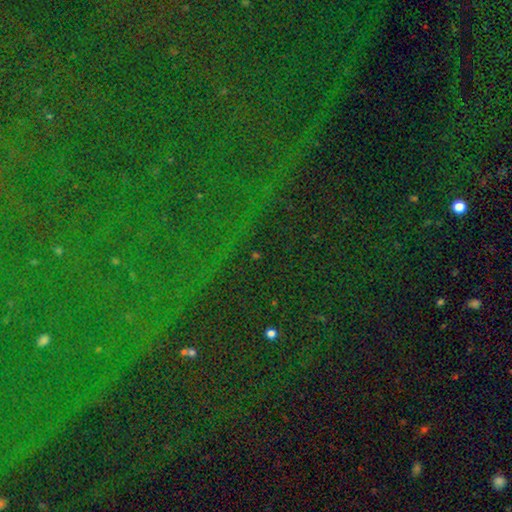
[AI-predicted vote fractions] Smooth or featured?
  - star or artifact: 80% *
  - smooth: 12%
  - featured or disk: 8%